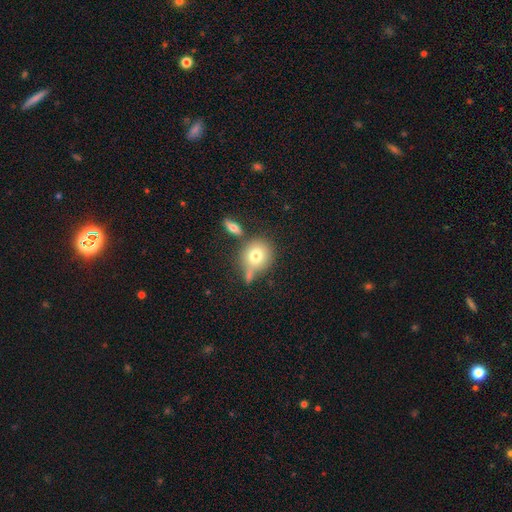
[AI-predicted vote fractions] A smooth galaxy with no disk features (75%) that is round (84%). Merging: none (57%).